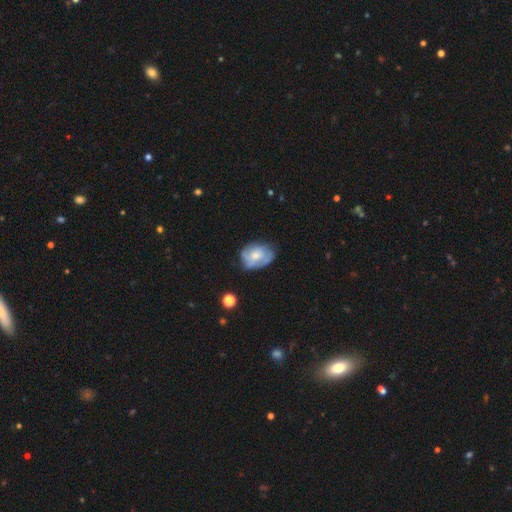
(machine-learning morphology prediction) This is likely a featured or disk galaxy (61%). It is clearly not viewed edge-on (97%). Bar: likely no (76%). Spiral arm pattern: likely yes (73%). Central bulge: possibly moderate (48%). Merging: likely none (60%).